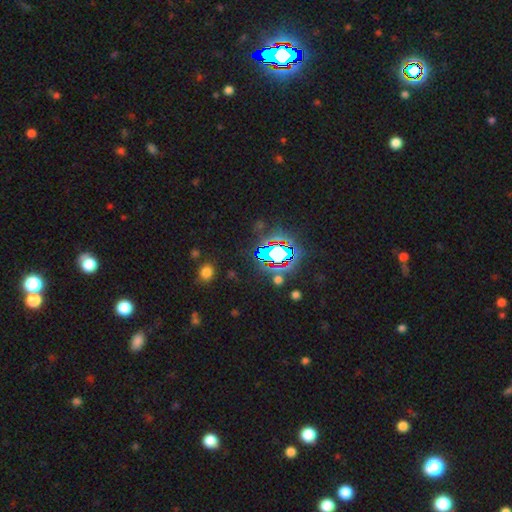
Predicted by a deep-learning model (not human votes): Smooth or featured? star or artifact (80%)